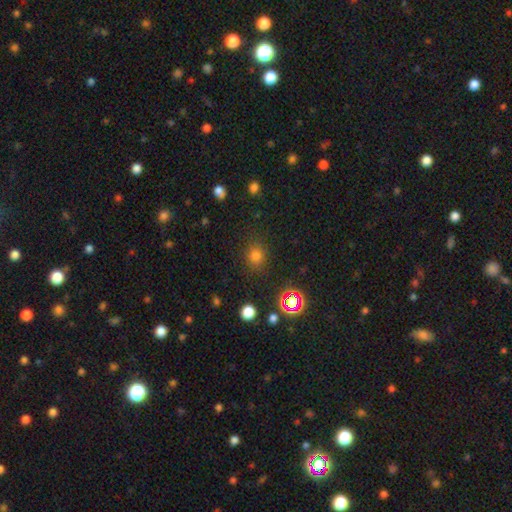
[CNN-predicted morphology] A smooth galaxy with no disk features (71%) that is round (76%). Merging: none (82%).